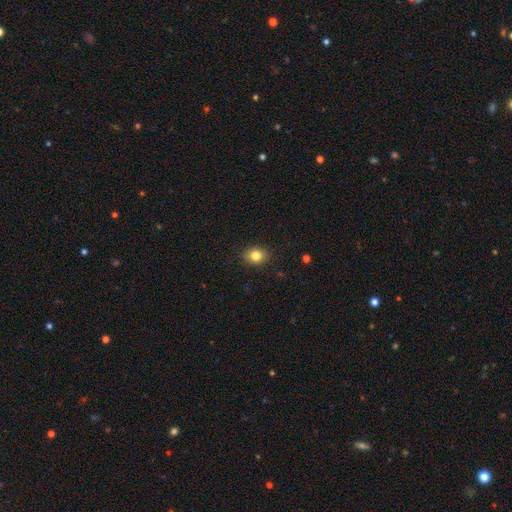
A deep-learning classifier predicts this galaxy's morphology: type=smooth (83%); roundness=round (51%); merging=none (89%).